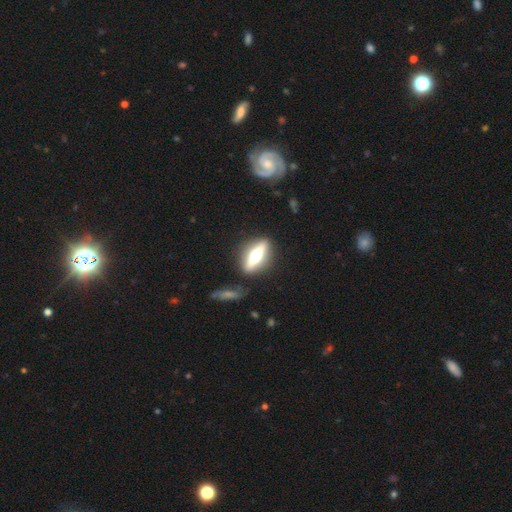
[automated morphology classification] The model was most divided on "smooth or featured": featured or disk: 65%, smooth: 28%, star or artifact: 7%. More confident: edge-on bulge — rounded (95%); edge-on disk — yes (85%); merging — none (84%).